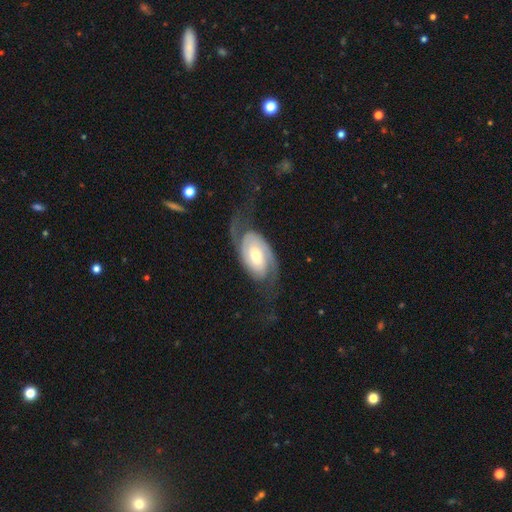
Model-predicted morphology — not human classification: smooth_or_featured: featured or disk (p=0.83) [alt: smooth p=0.12]
disk_edge_on: no (p=0.95) [alt: yes p=0.05]
bar: no (p=0.59) [alt: weak p=0.30]
has_spiral_arms: yes (p=0.96) [alt: no p=0.04]
spiral_winding: medium (p=0.36) [tied with: tight p=0.36]
spiral_arm_count: 2 (p=0.86) [alt: can't tell p=0.06]
bulge_size: moderate (p=0.52) [alt: small p=0.33]
merging: none (p=0.61) [alt: major disturbance p=0.22]